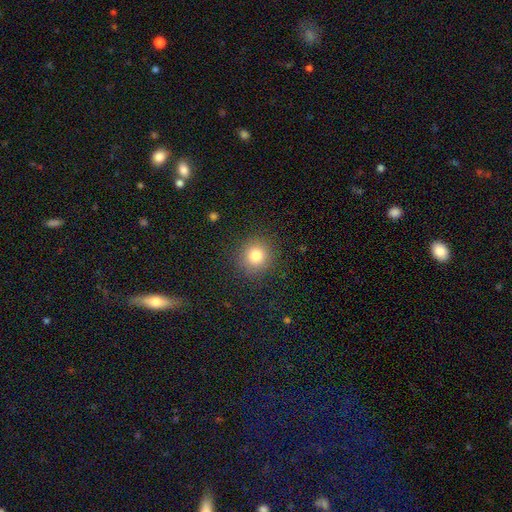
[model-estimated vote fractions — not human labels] Morphology: type=smooth (81%); roundness=round (92%); merging=none (89%).